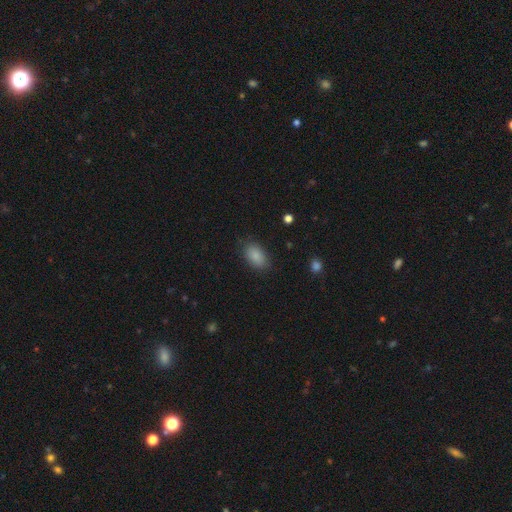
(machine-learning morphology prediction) type=smooth (86%); roundness=in between (90%); merging=none (82%).